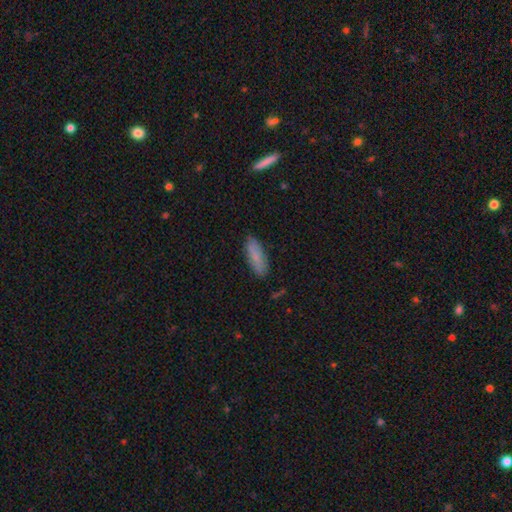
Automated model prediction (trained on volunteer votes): Smooth or featured?
  - smooth: 81% *
  - featured or disk: 12%
  - star or artifact: 7%
How rounded?
  - in between: 55% *
  - cigar-shaped: 43%
  - round: 2%
Merging?
  - none: 82% *
  - minor disturbance: 14%
  - major disturbance: 3%
  - merger: 1%